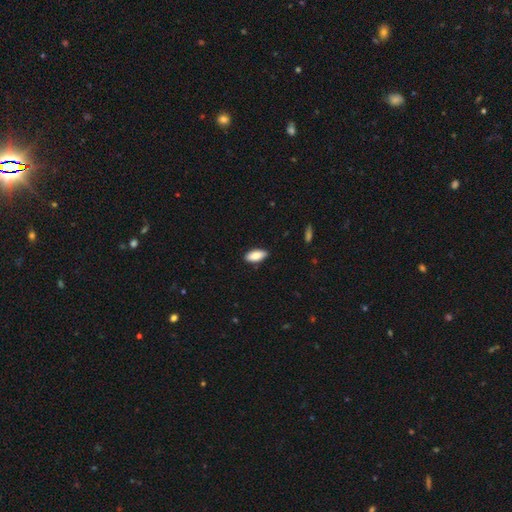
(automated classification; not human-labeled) smooth-or-featured: smooth: 86% | featured or disk: 8% | star or artifact: 6%
  how-rounded: in between: 88% | cigar-shaped: 10% | round: 2%
  merging: none: 87% | minor disturbance: 10% | major disturbance: 2% | merger: 1%